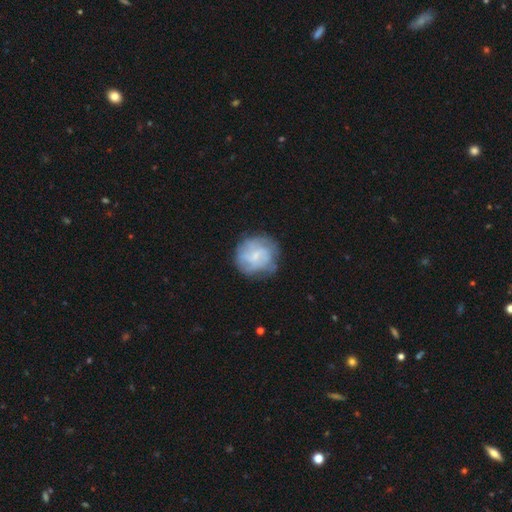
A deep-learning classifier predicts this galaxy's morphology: Smooth or featured: featured or disk — 53% (smooth — 40%)
Edge-on disk: no — 98% (yes — 2%)
Bar: no — 52% (weak — 40%)
Spiral arms: yes — 64% (no — 36%)
Bulge size: small — 59% (none — 20%)
Merging: none — 68% (minor disturbance — 20%)